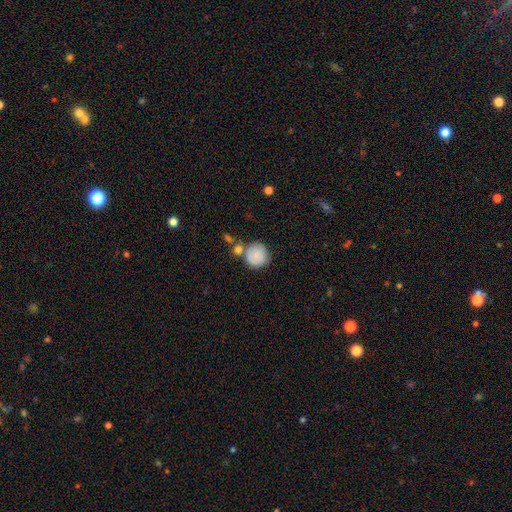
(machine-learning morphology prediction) smooth-or-featured: smooth: 83% | featured or disk: 9% | star or artifact: 7%
  how-rounded: round: 91% | in between: 8% | cigar-shaped: 1%
  merging: none: 63% | merger: 17% | minor disturbance: 16% | major disturbance: 5%